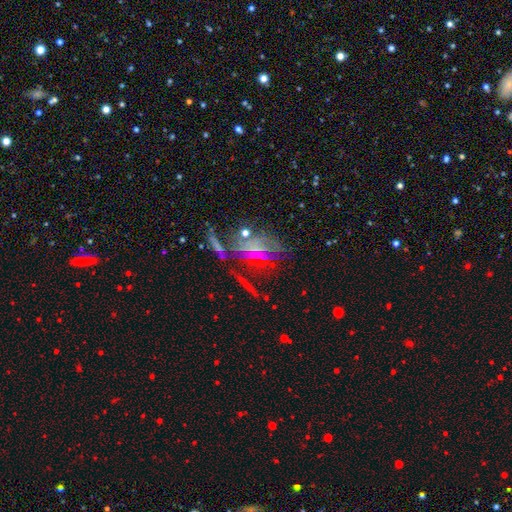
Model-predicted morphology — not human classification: star or artifact 41%, featured or disk 36%, smooth 23%.